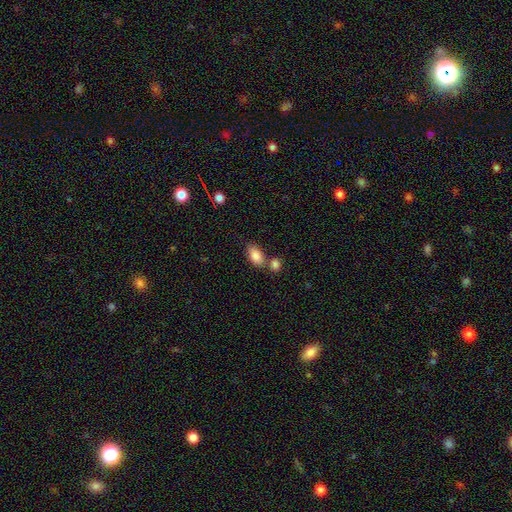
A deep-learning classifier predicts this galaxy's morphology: smooth_or_featured: smooth (p=0.86) [alt: star or artifact p=0.07]
how_rounded: in between (p=0.91) [alt: round p=0.06]
merging: none (p=0.54) [alt: merger p=0.31]